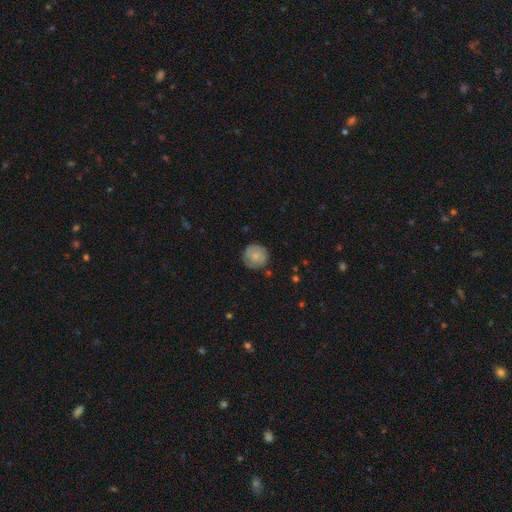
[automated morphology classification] smooth 72%, featured or disk 21%, star or artifact 7%. Down the decision tree: how rounded — round (93%); merging — none (79%).